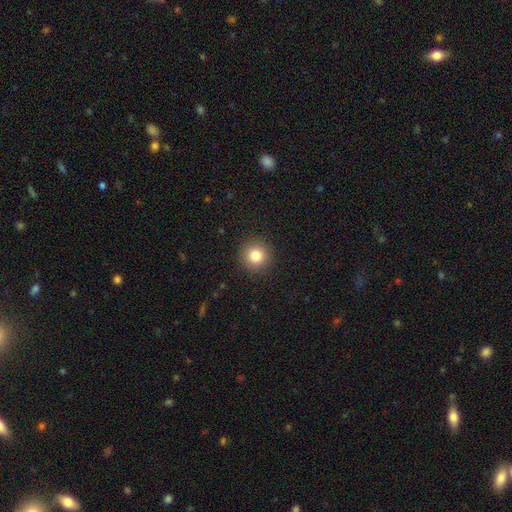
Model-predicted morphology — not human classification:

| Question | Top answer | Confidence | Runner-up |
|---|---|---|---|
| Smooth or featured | smooth | 83% | star or artifact (11%) |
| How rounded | round | 95% | in between (5%) |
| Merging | none | 91% | minor disturbance (6%) |